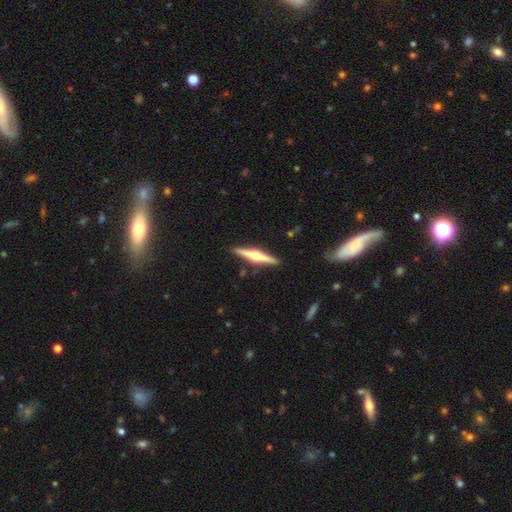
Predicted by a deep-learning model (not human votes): A featured or disk galaxy (77%) viewed edge-on (98%) with a rounded central bulge (94%). Merging: none (90%).